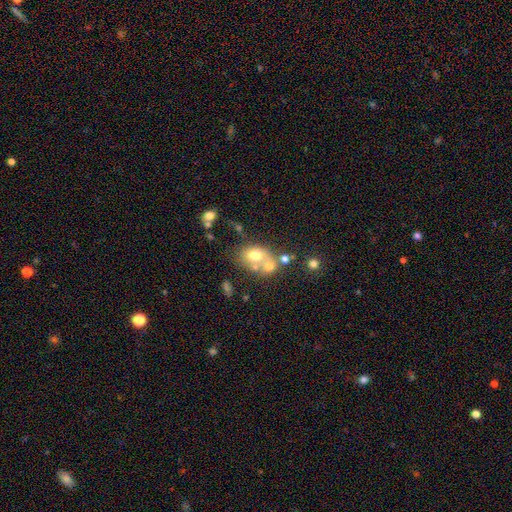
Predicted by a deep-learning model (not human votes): Smooth or featured? Predicted: smooth (p=0.61). How rounded? Predicted: in between (p=0.56). Merging? Predicted: merger (p=0.52).